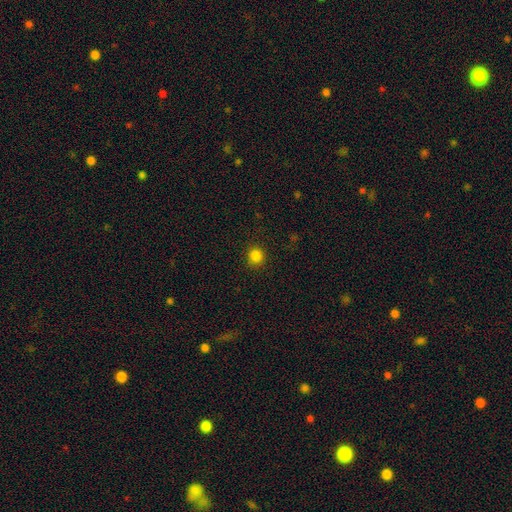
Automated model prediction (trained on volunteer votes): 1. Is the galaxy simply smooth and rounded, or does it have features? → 84% smooth, 13% star or artifact, 3% featured or disk.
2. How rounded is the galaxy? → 90% round, 9% in between, 1% cigar-shaped.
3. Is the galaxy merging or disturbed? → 90% none, 6% minor disturbance, 2% major disturbance, 1% merger.